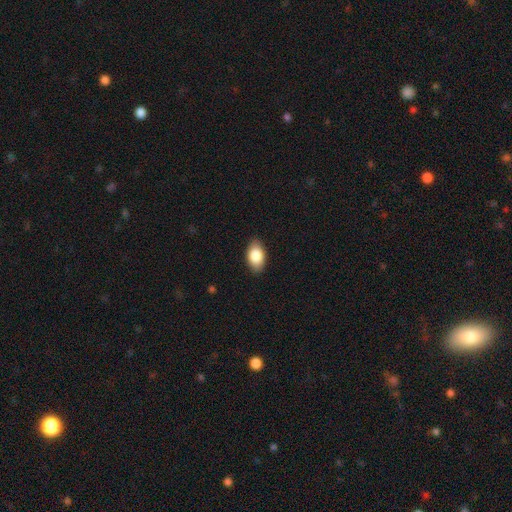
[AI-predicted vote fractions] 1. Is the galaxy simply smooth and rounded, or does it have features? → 85% smooth, 8% featured or disk, 7% star or artifact.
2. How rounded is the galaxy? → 92% in between, 7% round, 2% cigar-shaped.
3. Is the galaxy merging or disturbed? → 87% none, 10% minor disturbance, 2% major disturbance, 1% merger.